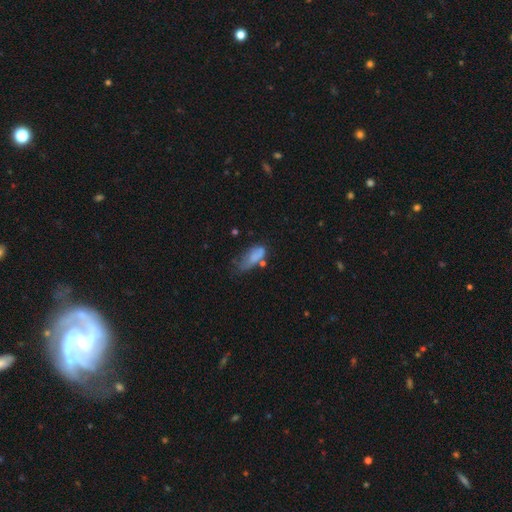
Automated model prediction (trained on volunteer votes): Morphology: type=smooth (71%); roundness=in between (79%); merging=minor disturbance (32%).